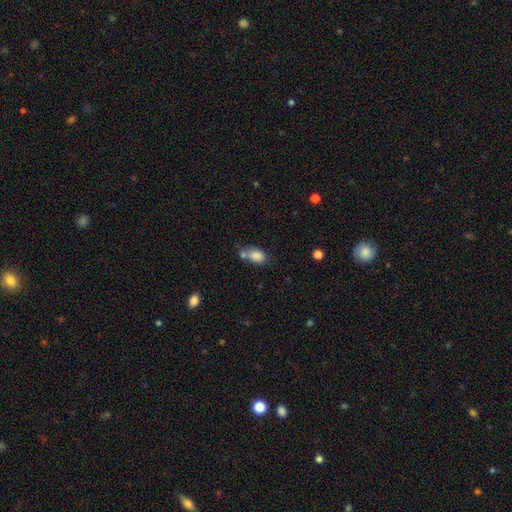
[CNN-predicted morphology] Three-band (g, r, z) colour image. It shows a smooth galaxy with no disk features (83%) that is in between round and cigar-shaped (81%). Merging: none (43%).